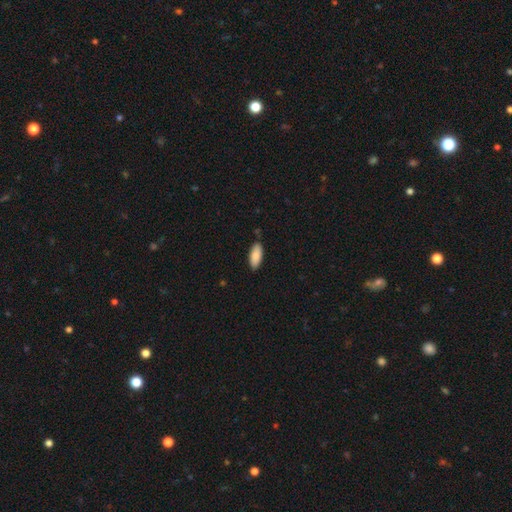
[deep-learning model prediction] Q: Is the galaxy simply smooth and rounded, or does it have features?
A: smooth — 88%.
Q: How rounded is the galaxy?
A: in between — 83%.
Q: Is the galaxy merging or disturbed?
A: none — 85%.